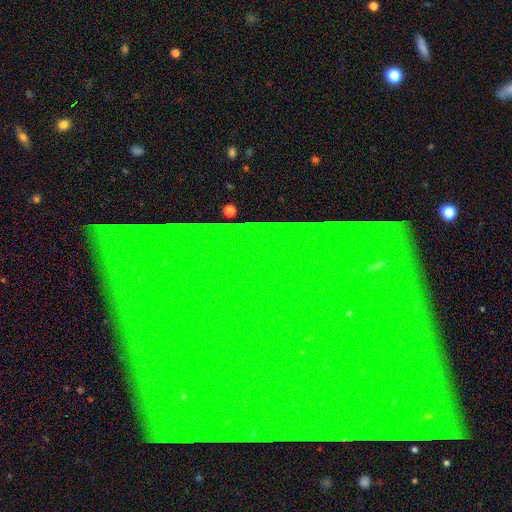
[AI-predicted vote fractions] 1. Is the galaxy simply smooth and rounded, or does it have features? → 85% star or artifact, 8% featured or disk, 7% smooth.